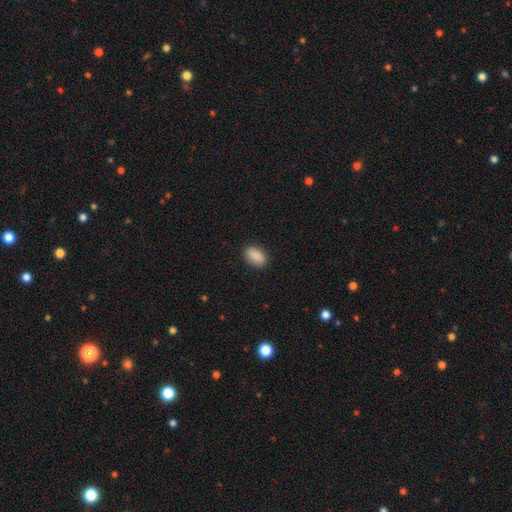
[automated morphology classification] Smooth or featured: smooth — 90% (star or artifact — 7%)
How rounded: in between — 89% (round — 8%)
Merging: none — 89% (minor disturbance — 8%)